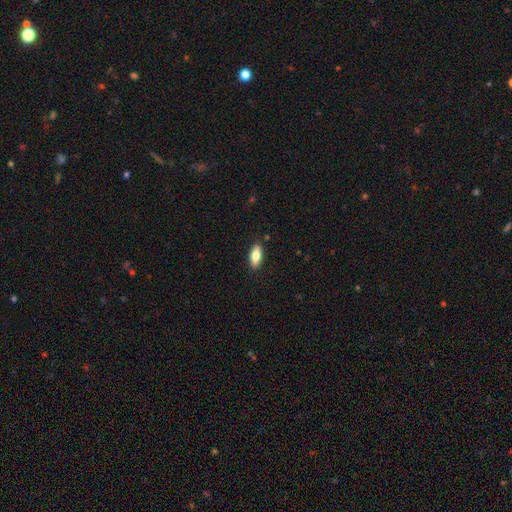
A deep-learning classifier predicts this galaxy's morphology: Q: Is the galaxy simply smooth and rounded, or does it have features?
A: smooth — 78%.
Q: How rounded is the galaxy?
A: in between — 80%.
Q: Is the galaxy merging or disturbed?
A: none — 88%.